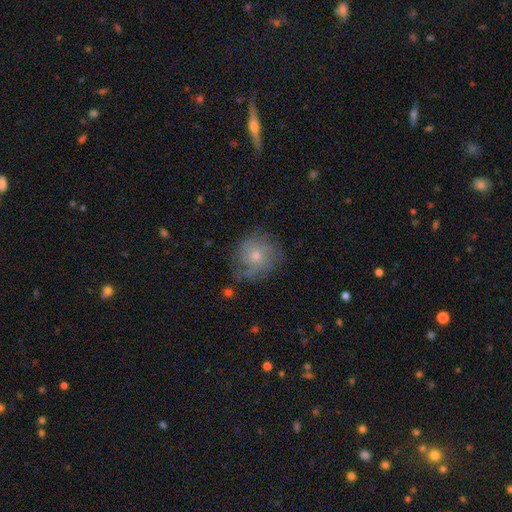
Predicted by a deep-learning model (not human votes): Smooth or featured? Predicted: featured or disk (p=0.51). Edge-on disk? Predicted: no (p=0.96). Merging? Predicted: none (p=0.66).